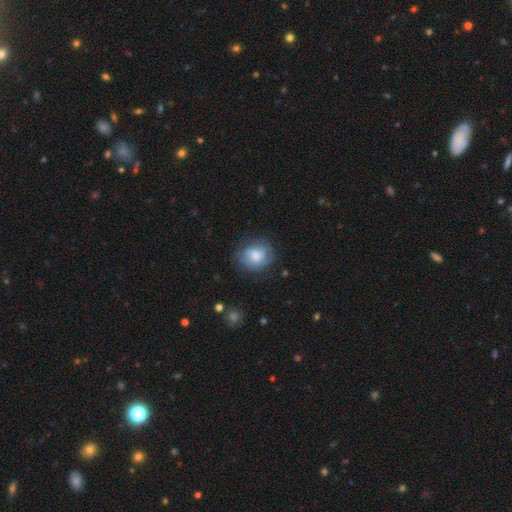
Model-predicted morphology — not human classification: Overall: smooth (61%; featured or disk 32%). How rounded: round (71%). Merging: none (68%).